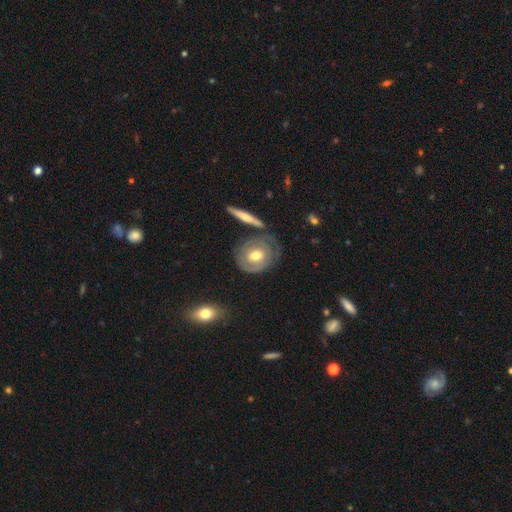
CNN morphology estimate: Overall: featured or disk (64%; smooth 30%). Edge-on disk: no (91%). Bar: no (64%; weak 28%). Spiral arms: yes (71%). Bulge size: moderate (69%). Merging: none (65%).